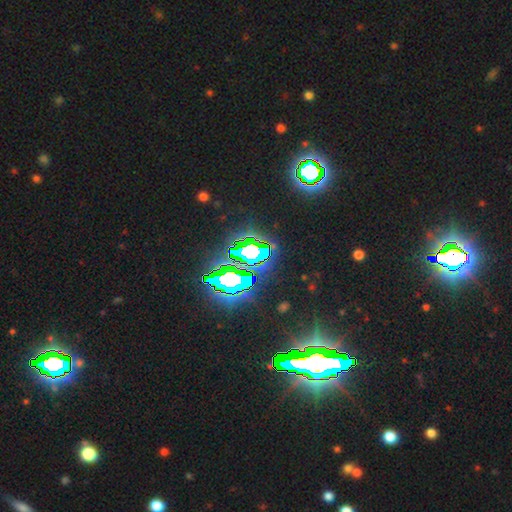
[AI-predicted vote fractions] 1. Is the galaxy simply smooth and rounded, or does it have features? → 79% star or artifact, 11% smooth, 10% featured or disk.